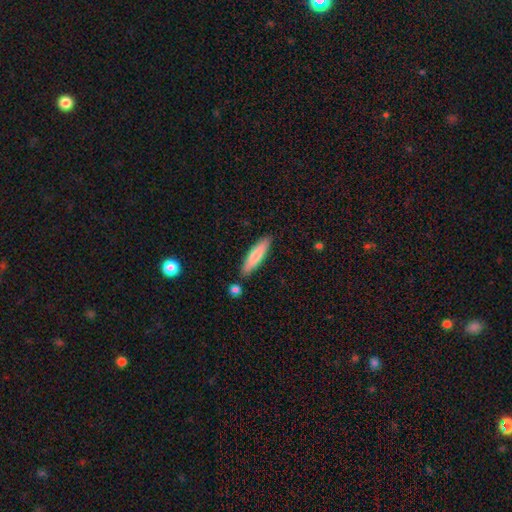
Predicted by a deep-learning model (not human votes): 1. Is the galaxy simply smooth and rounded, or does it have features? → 78% smooth, 17% featured or disk, 6% star or artifact.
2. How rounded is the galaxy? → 78% cigar-shaped, 21% in between, 1% round.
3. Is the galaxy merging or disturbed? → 86% none, 9% minor disturbance, 3% merger, 2% major disturbance.